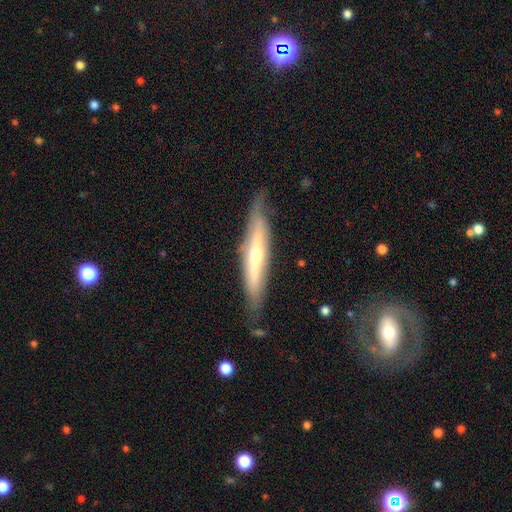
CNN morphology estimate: Smooth or featured: featured or disk — 65% (smooth — 29%)
Edge-on disk: yes — 80% (no — 20%)
Edge-on bulge: rounded — 77% (none — 17%)
Merging: none — 74% (minor disturbance — 19%)